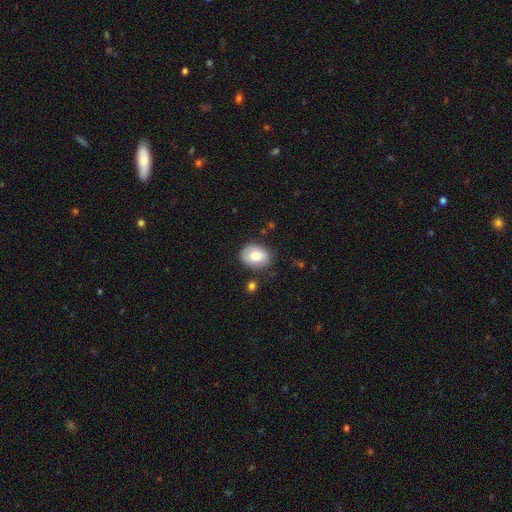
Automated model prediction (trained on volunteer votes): Smooth or featured? smooth (77%)
How rounded? in between (65%)
Merging? none (77%)